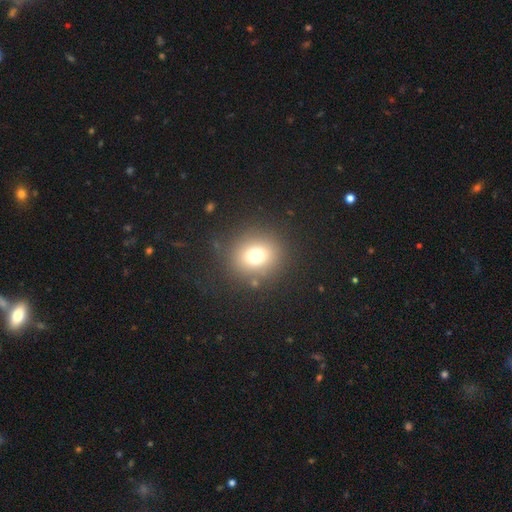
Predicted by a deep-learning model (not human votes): Q: Smooth or featured?
A: smooth (72%); runner-up: star or artifact (18%)
Q: How rounded?
A: round (84%); runner-up: in between (15%)
Q: Merging?
A: none (85%); runner-up: minor disturbance (8%)